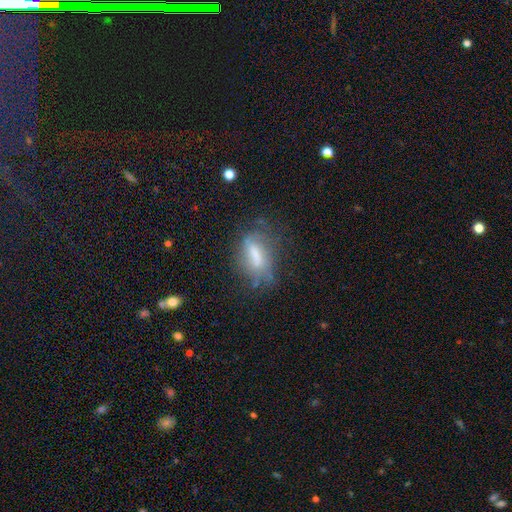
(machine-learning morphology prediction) smooth_or_featured: smooth (p=0.48) [alt: featured or disk p=0.40]
merging: none (p=0.46) [alt: minor disturbance p=0.28]